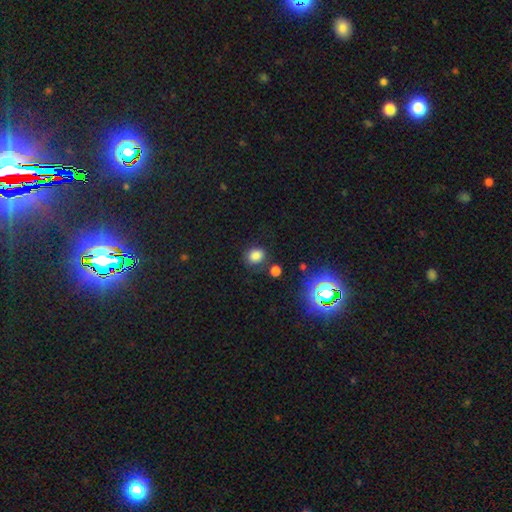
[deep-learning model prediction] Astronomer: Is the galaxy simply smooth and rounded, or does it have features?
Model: smooth — 79%.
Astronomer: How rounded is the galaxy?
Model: round — 54% (runner-up: in between, 45%).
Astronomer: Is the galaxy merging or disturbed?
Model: none — 75%.